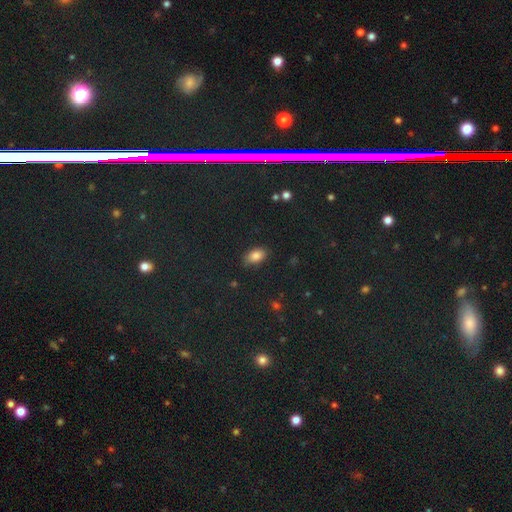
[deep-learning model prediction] This appears to be a smooth galaxy with no disk features (83%) that is in between round and cigar-shaped (89%). Merging: none (84%).